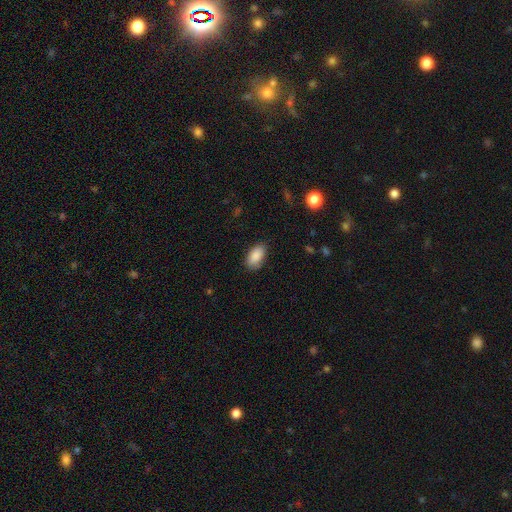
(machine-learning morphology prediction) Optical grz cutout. It shows a smooth galaxy with no disk features (89%) that is in between round and cigar-shaped (94%). Merging: none (83%).